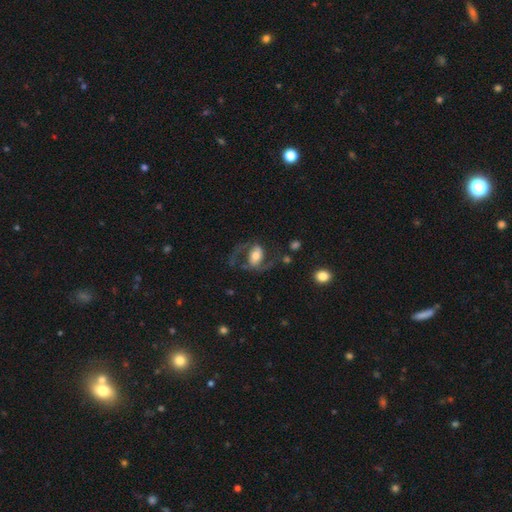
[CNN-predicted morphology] type=featured or disk (72%); edge-on=no (96%); bar=weak (35%); spiral arms=yes (88%); winding=medium (46%); arm count=2 (89%); bulge=moderate (57%); merging=none (58%).